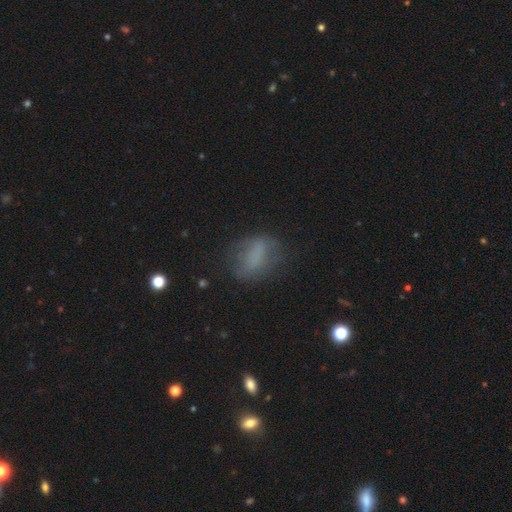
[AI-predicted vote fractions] Smooth or featured?
  - smooth: 63% *
  - featured or disk: 23%
  - star or artifact: 13%
How rounded?
  - in between: 75% *
  - round: 16%
  - cigar-shaped: 9%
Merging?
  - none: 60% *
  - minor disturbance: 23%
  - major disturbance: 14%
  - merger: 2%